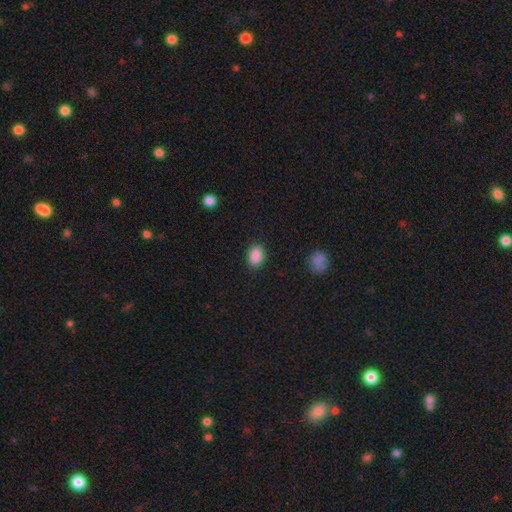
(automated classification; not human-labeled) This appears to be a smooth galaxy with no disk features (89%) that is in between round and cigar-shaped (74%). Merging: none (87%).